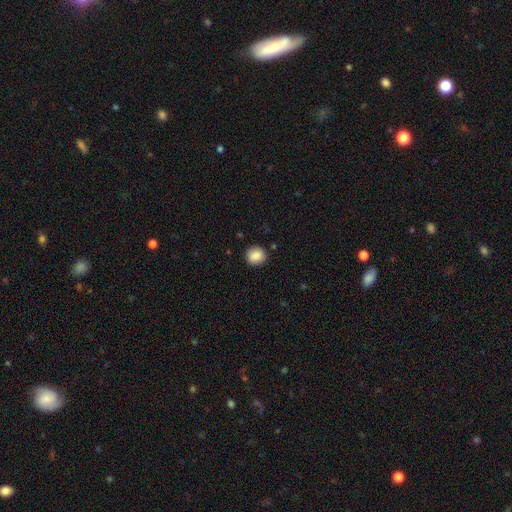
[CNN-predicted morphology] A smooth galaxy with no disk features (88%) that is round (90%). Merging: none (91%).